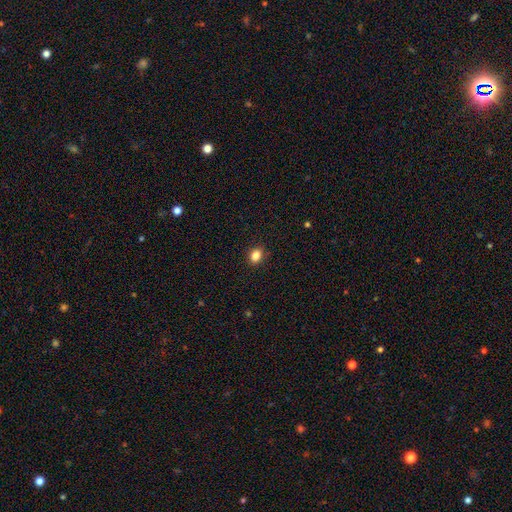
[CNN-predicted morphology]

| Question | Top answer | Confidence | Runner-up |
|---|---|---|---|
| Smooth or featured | smooth | 85% | star or artifact (11%) |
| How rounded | round | 50% | in between (49%) |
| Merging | none | 90% | minor disturbance (7%) |